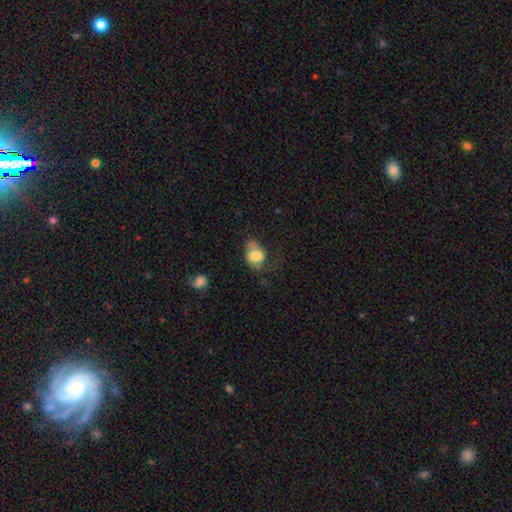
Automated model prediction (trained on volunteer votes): Overall: smooth (68%). How rounded: in between (59%; round 40%). Merging: none (34%; minor disturbance 32%).